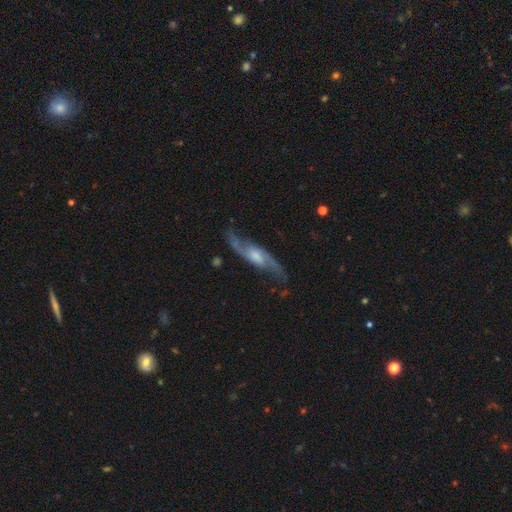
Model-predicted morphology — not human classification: featured or disk 85%, smooth 9%, star or artifact 5%. Down the decision tree: edge-on disk — no (77%); bar — no (48%); spiral arms — yes (95%); spiral arm count — 2 (91%); spiral winding — loose (62%); bulge size — moderate (48%); merging — none (75%).